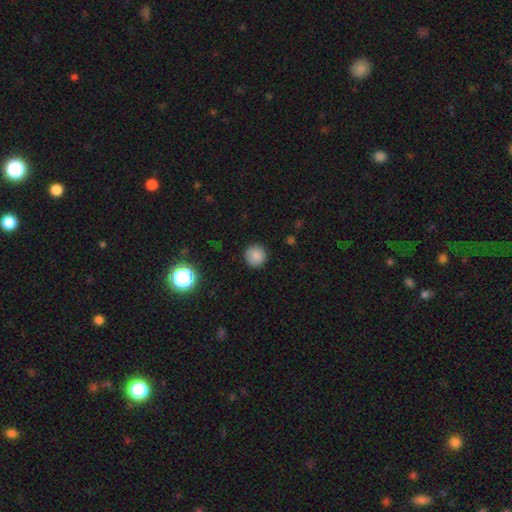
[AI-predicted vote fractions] Smooth or featured: smooth — 85% (star or artifact — 11%)
How rounded: round — 95% (in between — 4%)
Merging: none — 90% (minor disturbance — 7%)